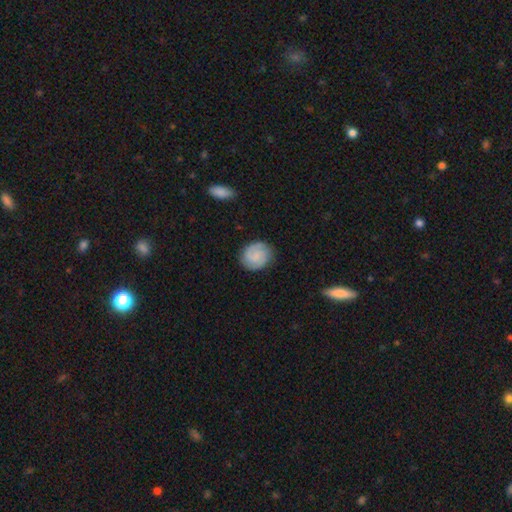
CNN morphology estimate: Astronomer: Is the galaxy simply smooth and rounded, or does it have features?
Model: featured or disk — 47% (runner-up: smooth, 45%).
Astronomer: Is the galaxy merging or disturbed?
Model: none — 85%.